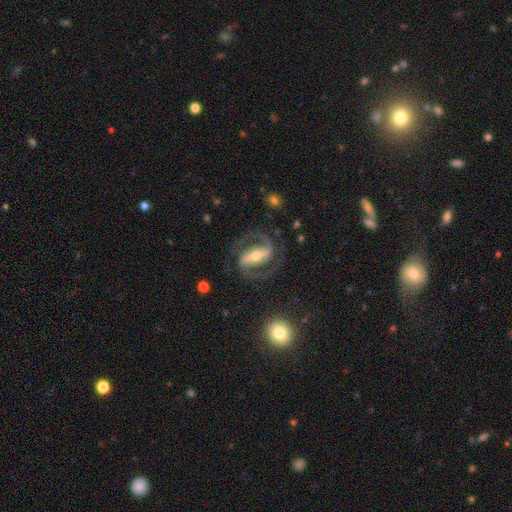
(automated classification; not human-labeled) smooth_or_featured: featured or disk (p=0.90) [alt: smooth p=0.06]
disk_edge_on: no (p=0.96) [alt: yes p=0.04]
bar: strong (p=0.73) [alt: weak p=0.19]
has_spiral_arms: yes (p=0.96) [alt: no p=0.04]
spiral_winding: medium (p=0.58) [alt: tight p=0.30]
spiral_arm_count: 2 (p=0.93) [alt: can't tell p=0.02]
bulge_size: moderate (p=0.54) [alt: small p=0.36]
merging: none (p=0.79) [alt: minor disturbance p=0.11]